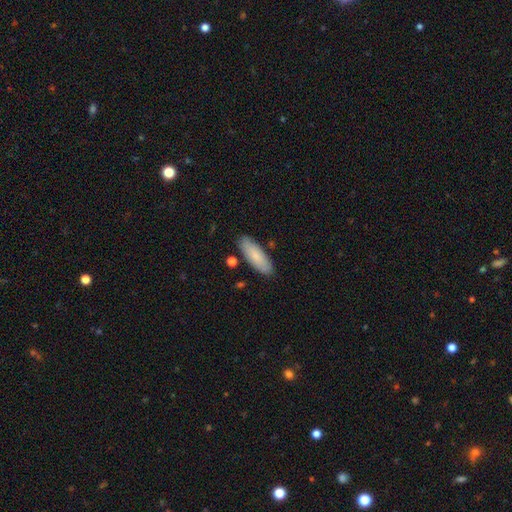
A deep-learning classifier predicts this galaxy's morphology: This is clearly a smooth galaxy (80%). How rounded: likely in between (61%). Merging: clearly none (84%).